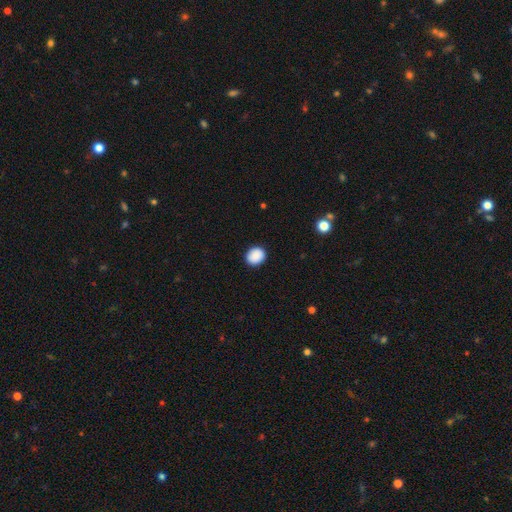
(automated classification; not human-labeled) Smooth or featured: smooth — 89% (star or artifact — 8%)
How rounded: round — 75% (in between — 24%)
Merging: none — 90% (minor disturbance — 7%)